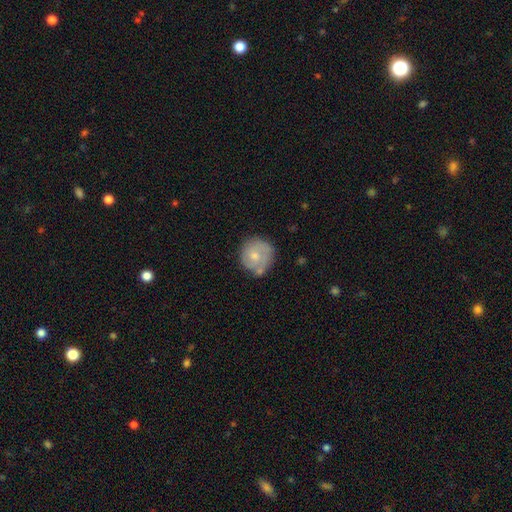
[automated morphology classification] type=smooth (60%); roundness=round (89%); merging=none (61%).